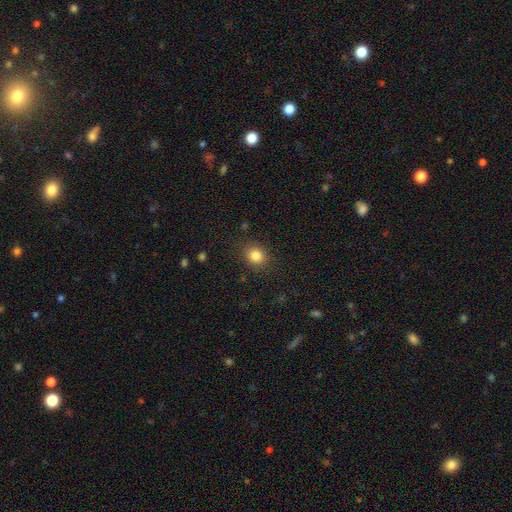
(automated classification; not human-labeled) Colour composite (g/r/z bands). It shows a smooth galaxy with no disk features (83%) that is round (72%). Merging: none (86%).